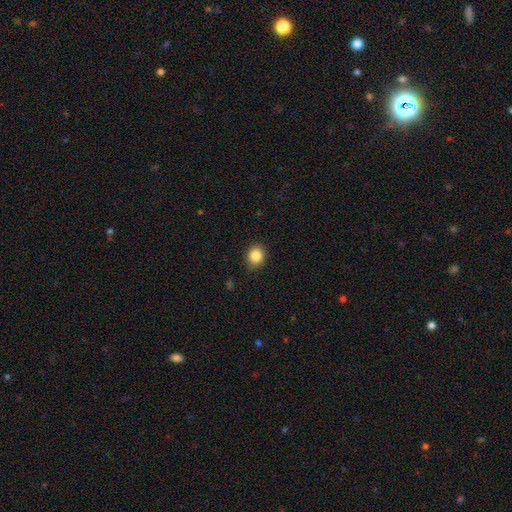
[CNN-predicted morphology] Overall: smooth (86%). How rounded: round (67%; in between 32%). Merging: none (88%).